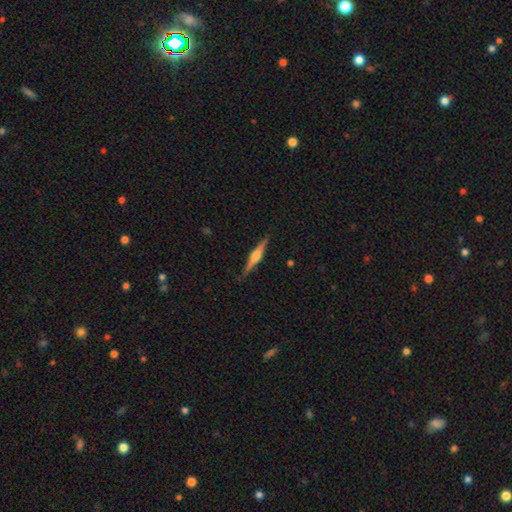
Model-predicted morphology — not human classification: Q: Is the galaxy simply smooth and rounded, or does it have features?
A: featured or disk — 75%.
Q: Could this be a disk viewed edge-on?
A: yes — 98%.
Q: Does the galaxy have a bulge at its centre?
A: rounded — 85%.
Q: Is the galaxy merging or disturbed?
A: none — 89%.